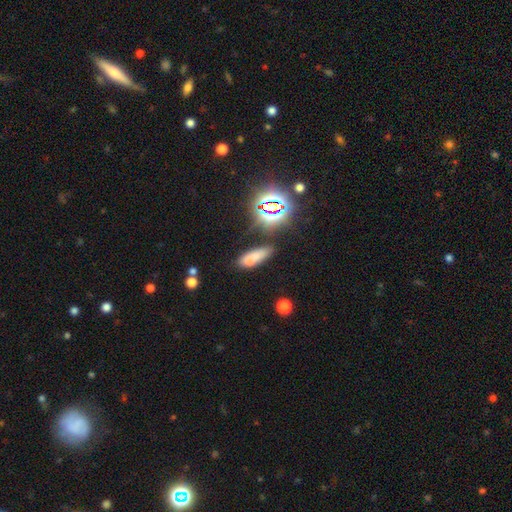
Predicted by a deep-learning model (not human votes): Overall: smooth (62%). How rounded: in between (64%; cigar-shaped 29%). Merging: none (51%; merger 23%).